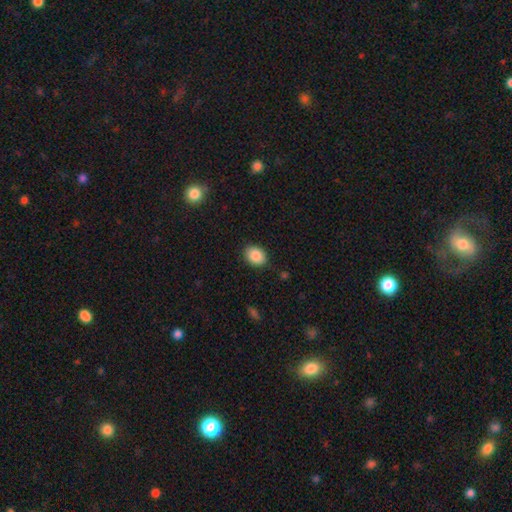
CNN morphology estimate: A smooth galaxy with no disk features (88%) that is in between round and cigar-shaped (63%).

Vote fractions:
- Smooth or featured? smooth: 88% / star or artifact: 8% / featured or disk: 5%
- How rounded? in between: 63% / round: 36% / cigar-shaped: 1%
- Merging? none: 86% / minor disturbance: 10% / major disturbance: 2% / merger: 1%